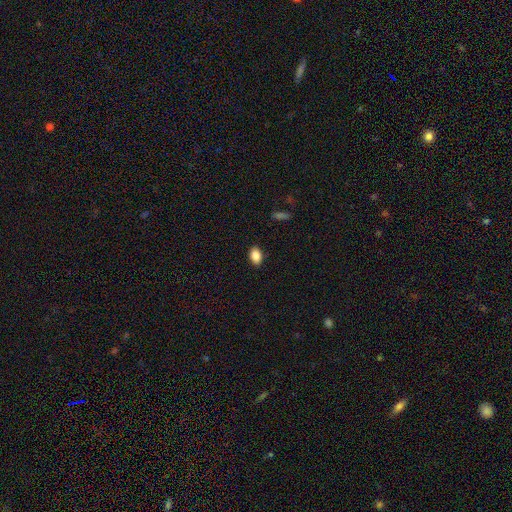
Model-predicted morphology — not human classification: smooth 87%, star or artifact 8%, featured or disk 5%. Down the decision tree: how rounded — in between (87%); merging — none (88%).